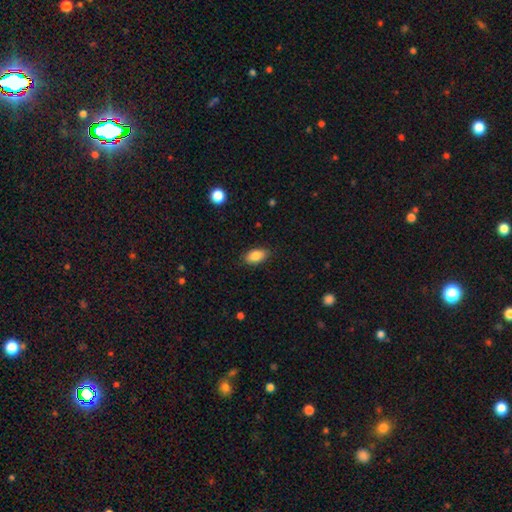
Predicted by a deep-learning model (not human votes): A smooth galaxy with no disk features (84%) that is in between round and cigar-shaped (91%).

Vote fractions:
- Smooth or featured? smooth: 84% / featured or disk: 8% / star or artifact: 8%
- How rounded? in between: 91% / round: 5% / cigar-shaped: 3%
- Merging? none: 86% / minor disturbance: 11% / major disturbance: 2% / merger: 1%